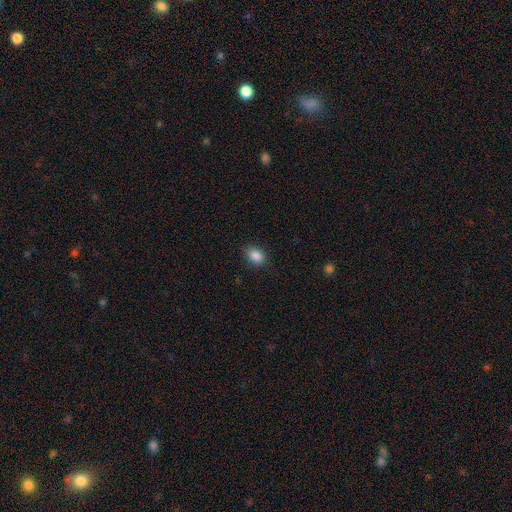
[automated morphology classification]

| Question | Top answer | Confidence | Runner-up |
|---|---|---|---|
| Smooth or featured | smooth | 87% | star or artifact (9%) |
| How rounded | in between | 65% | round (34%) |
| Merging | none | 86% | minor disturbance (10%) |